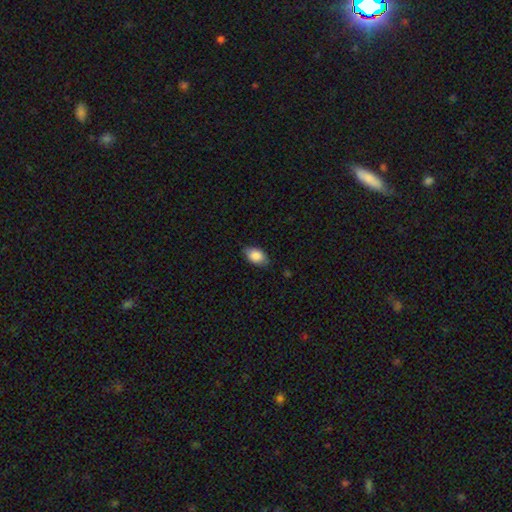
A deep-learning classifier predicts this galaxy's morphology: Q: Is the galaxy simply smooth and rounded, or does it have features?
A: smooth — 85%.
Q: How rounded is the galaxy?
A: in between — 89%.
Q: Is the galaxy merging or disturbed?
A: none — 81%.